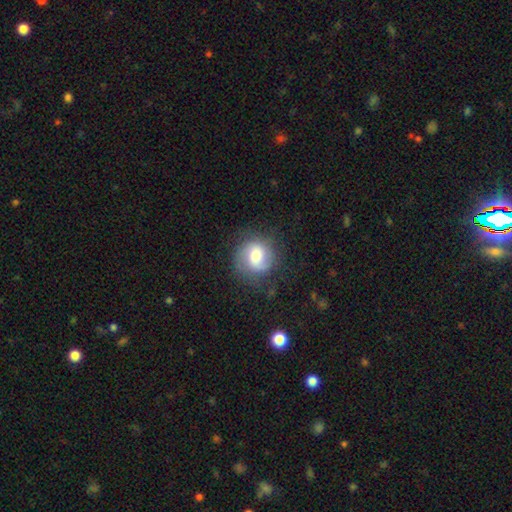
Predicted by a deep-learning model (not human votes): Morphology: type=smooth (46%); merging=none (73%).